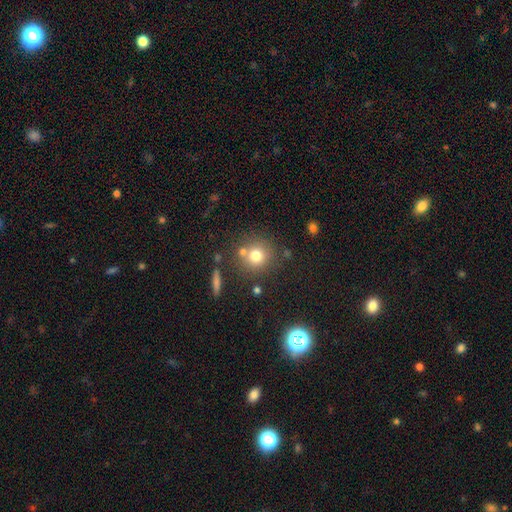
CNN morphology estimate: Overall: smooth (75%). How rounded: round (90%). Merging: none (70%).